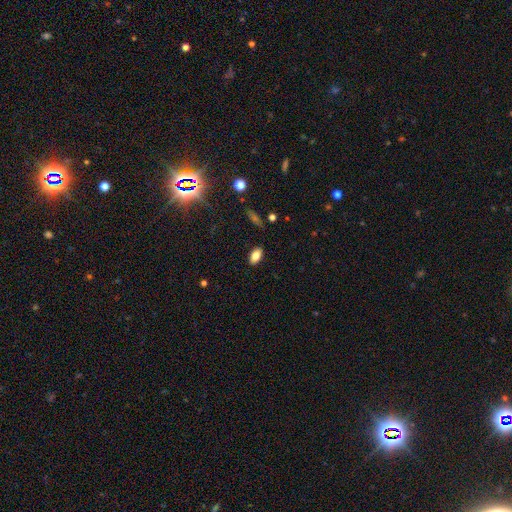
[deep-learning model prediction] Overall: smooth (82%). How rounded: in between (91%). Merging: none (87%).